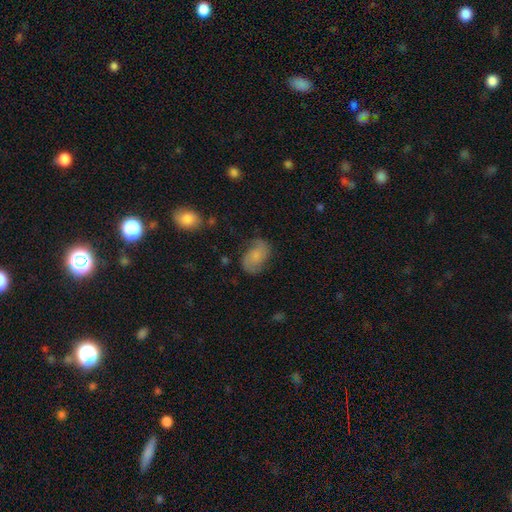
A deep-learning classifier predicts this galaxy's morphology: Smooth or featured: featured or disk — 47% (smooth — 44%)
Merging: none — 67% (minor disturbance — 22%)